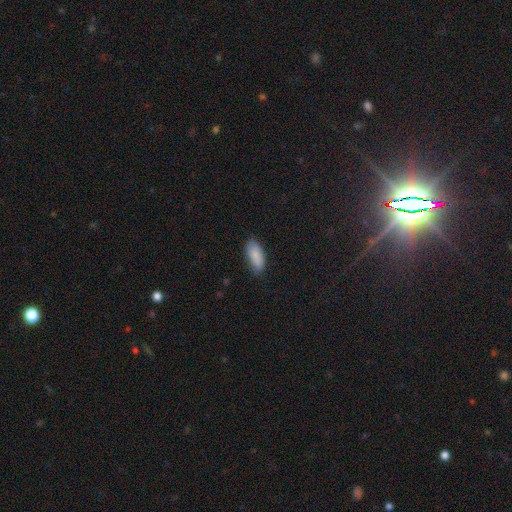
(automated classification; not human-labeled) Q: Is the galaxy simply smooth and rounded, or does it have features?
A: smooth — 87%.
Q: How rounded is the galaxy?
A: in between — 84%.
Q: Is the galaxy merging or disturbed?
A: none — 79%.